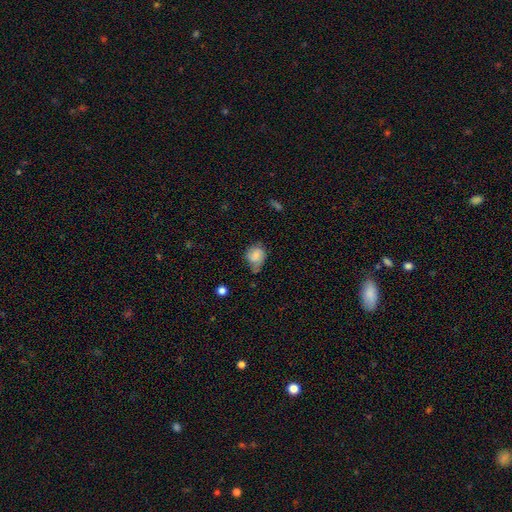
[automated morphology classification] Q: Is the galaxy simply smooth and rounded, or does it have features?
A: smooth — 76%.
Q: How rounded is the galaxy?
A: round — 54%.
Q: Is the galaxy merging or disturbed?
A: none — 41%.